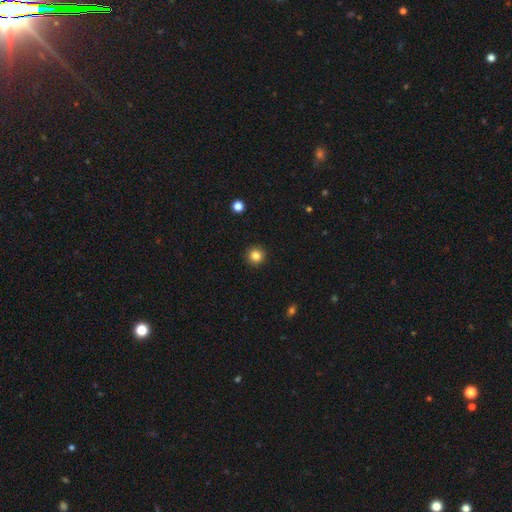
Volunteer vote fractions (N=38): Morphology: type=smooth (87%); roundness=round (97%); merging=none (94%).